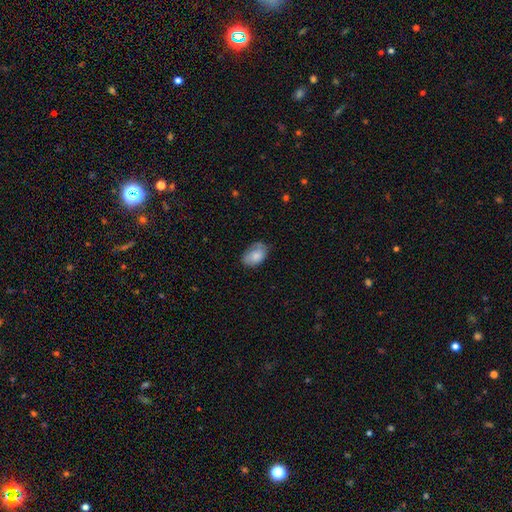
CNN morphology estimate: Smooth or featured?
  - smooth: 79% *
  - featured or disk: 13%
  - star or artifact: 7%
How rounded?
  - in between: 89% *
  - round: 10%
  - cigar-shaped: 1%
Merging?
  - none: 63% *
  - minor disturbance: 28%
  - major disturbance: 7%
  - merger: 1%